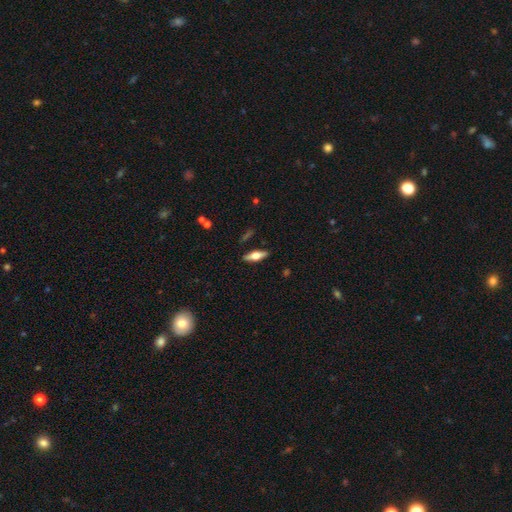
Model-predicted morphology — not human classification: Smooth or featured? Predicted: featured or disk (p=0.49). Merging? Predicted: none (p=0.88).